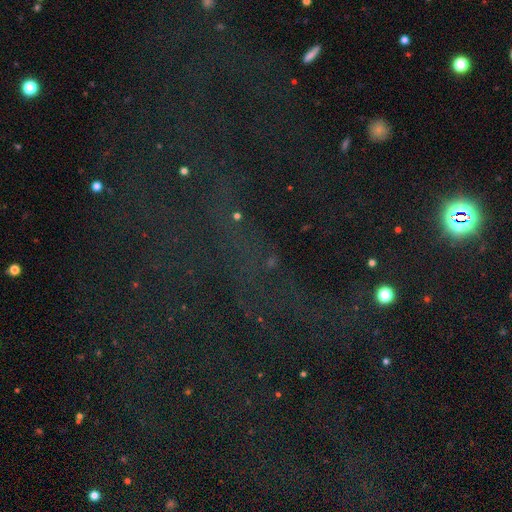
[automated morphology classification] Q: Smooth or featured?
A: star or artifact (74%); runner-up: smooth (15%)